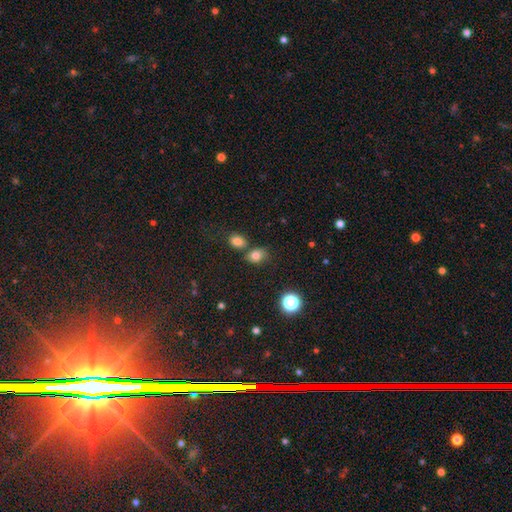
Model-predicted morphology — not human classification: Smooth or featured?
  - smooth: 75% *
  - star or artifact: 15%
  - featured or disk: 9%
How rounded?
  - in between: 50% *
  - round: 49%
  - cigar-shaped: 1%
Merging?
  - none: 61% *
  - merger: 19%
  - minor disturbance: 15%
  - major disturbance: 5%